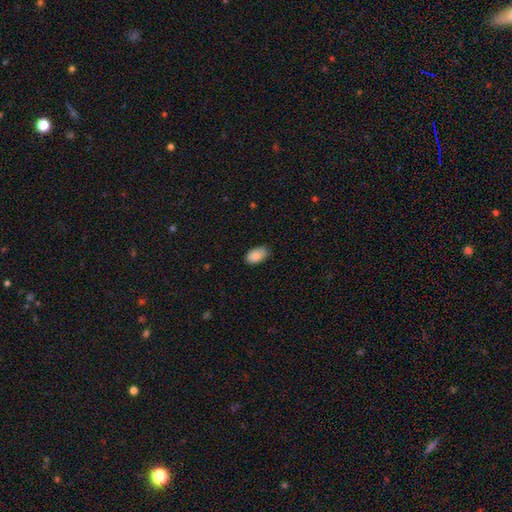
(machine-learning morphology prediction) This is clearly a smooth galaxy (83%). How rounded: clearly in between (93%). Merging: likely none (77%).